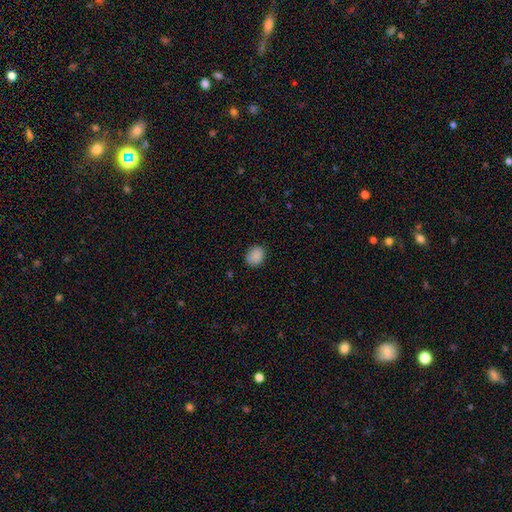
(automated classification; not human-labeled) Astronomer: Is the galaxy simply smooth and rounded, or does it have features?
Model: smooth — 88%.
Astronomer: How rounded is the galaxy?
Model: round — 66%.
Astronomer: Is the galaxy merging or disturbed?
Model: none — 82%.